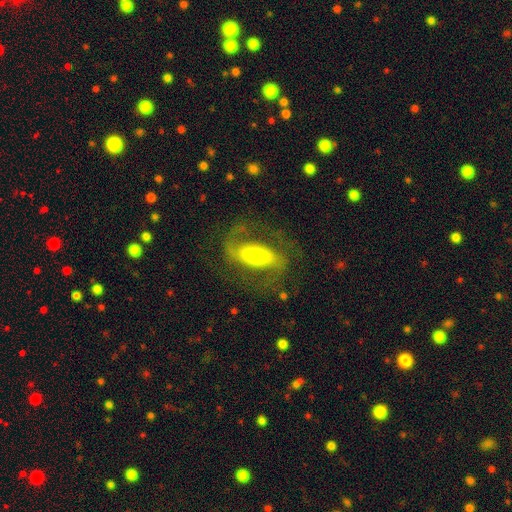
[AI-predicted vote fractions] Morphology: type=featured or disk (79%); edge-on=no (95%); bar=strong (37%); spiral arms=yes (90%); winding=medium (54%); arm count=2 (87%); bulge=small (52%); merging=none (68%).